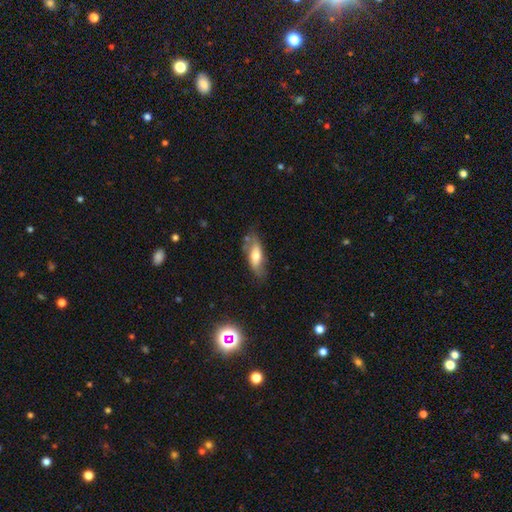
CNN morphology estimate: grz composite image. It shows a smooth galaxy with no disk features (55%) that is in between round and cigar-shaped (69%). Merging: none (64%).